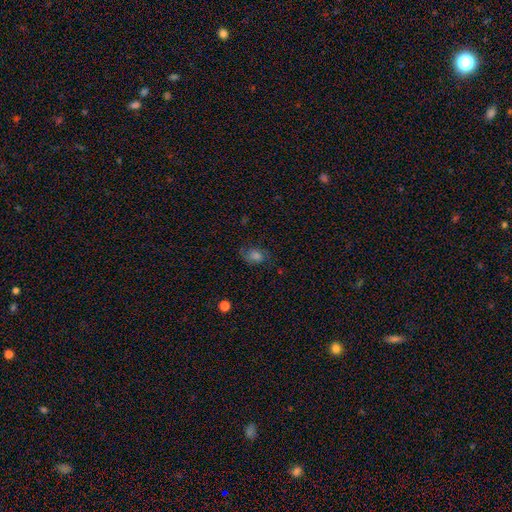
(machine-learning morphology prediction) This appears to be a smooth galaxy with no disk features (46%). Merging: none (70%).